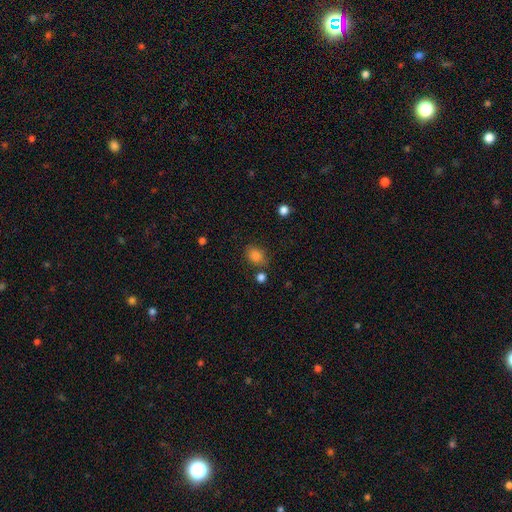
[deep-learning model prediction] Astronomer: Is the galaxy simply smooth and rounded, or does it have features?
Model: smooth — 84%.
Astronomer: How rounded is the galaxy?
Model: in between — 63%.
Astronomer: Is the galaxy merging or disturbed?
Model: none — 74%.